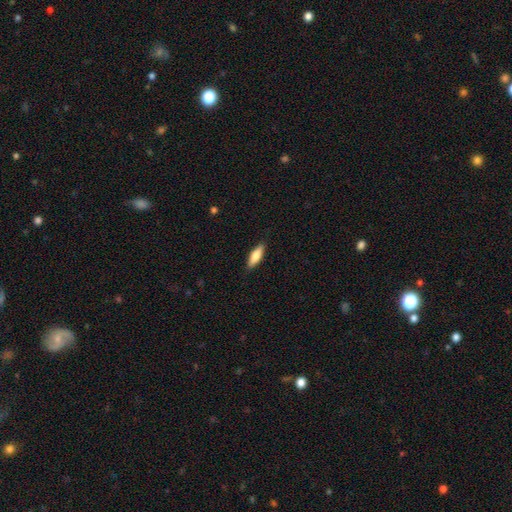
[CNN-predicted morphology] Smooth or featured: smooth — 77% (featured or disk — 18%)
How rounded: in between — 58% (cigar-shaped — 40%)
Merging: none — 87% (minor disturbance — 10%)